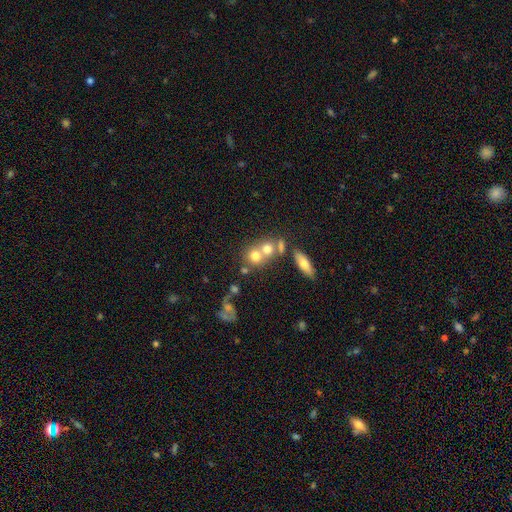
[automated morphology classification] The model was most divided on "merging": merger: 50%, none: 37%, minor disturbance: 8%, major disturbance: 5%. More confident: how rounded — round (77%); smooth or featured — smooth (68%).